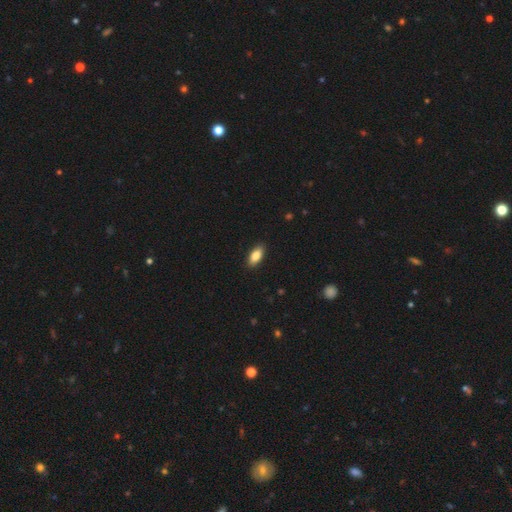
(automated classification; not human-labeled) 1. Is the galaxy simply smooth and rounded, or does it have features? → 84% smooth, 10% featured or disk, 7% star or artifact.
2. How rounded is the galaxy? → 86% in between, 11% cigar-shaped, 3% round.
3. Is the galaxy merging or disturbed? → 89% none, 8% minor disturbance, 2% major disturbance, 1% merger.